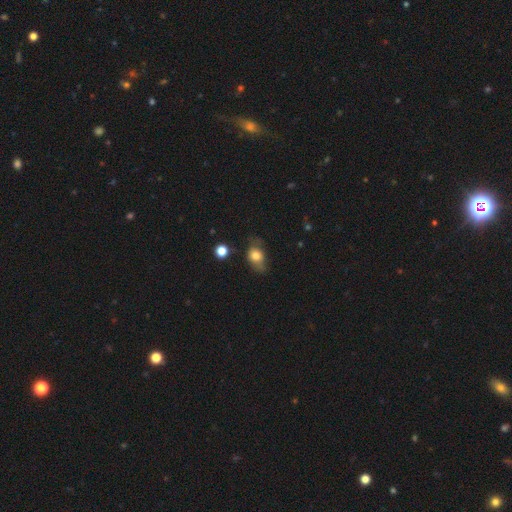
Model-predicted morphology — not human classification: A smooth galaxy with no disk features (69%) that is in between round and cigar-shaped (70%). Merging: none (53%).